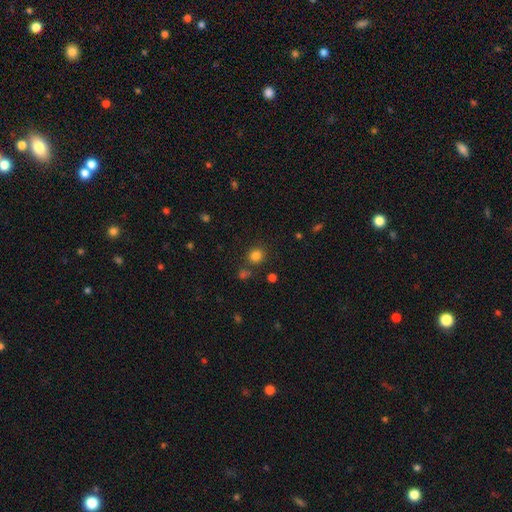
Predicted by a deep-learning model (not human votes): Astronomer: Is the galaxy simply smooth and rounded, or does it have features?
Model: smooth — 81%.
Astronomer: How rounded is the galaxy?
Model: round — 86%.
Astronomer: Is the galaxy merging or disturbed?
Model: none — 81%.